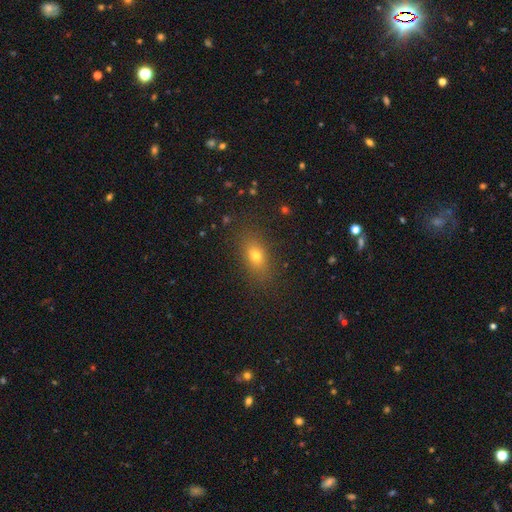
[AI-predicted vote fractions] smooth-or-featured: smooth: 72% | star or artifact: 15% | featured or disk: 14%
  how-rounded: in between: 73% | round: 18% | cigar-shaped: 9%
  merging: none: 85% | minor disturbance: 10% | major disturbance: 4% | merger: 1%